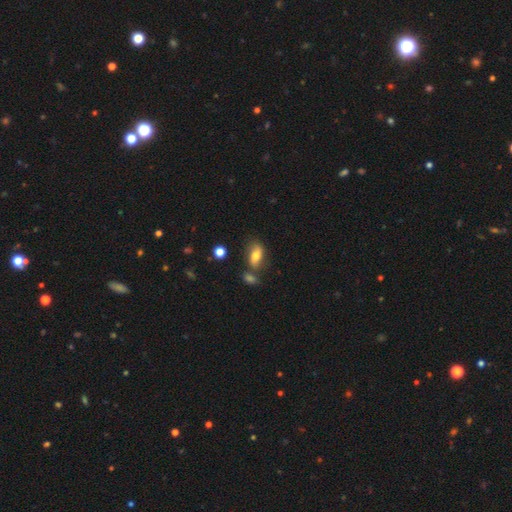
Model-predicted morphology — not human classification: Smooth or featured?
  - smooth: 71% *
  - featured or disk: 20%
  - star or artifact: 9%
How rounded?
  - in between: 85% *
  - cigar-shaped: 8%
  - round: 7%
Merging?
  - none: 60% *
  - minor disturbance: 18%
  - merger: 16%
  - major disturbance: 6%